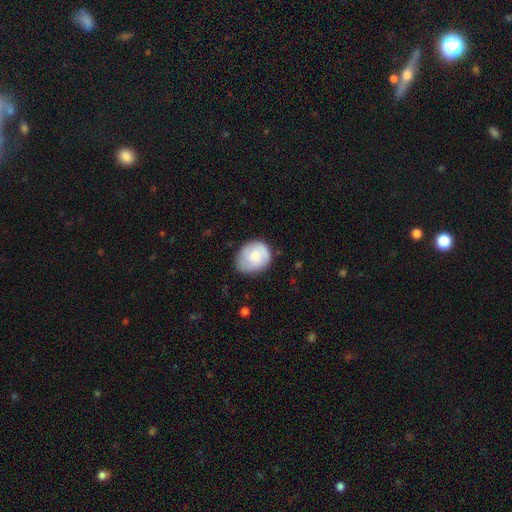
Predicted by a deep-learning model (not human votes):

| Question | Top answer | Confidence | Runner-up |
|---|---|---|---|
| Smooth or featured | smooth | 74% | featured or disk (20%) |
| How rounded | round | 59% | in between (40%) |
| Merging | none | 67% | minor disturbance (25%) |